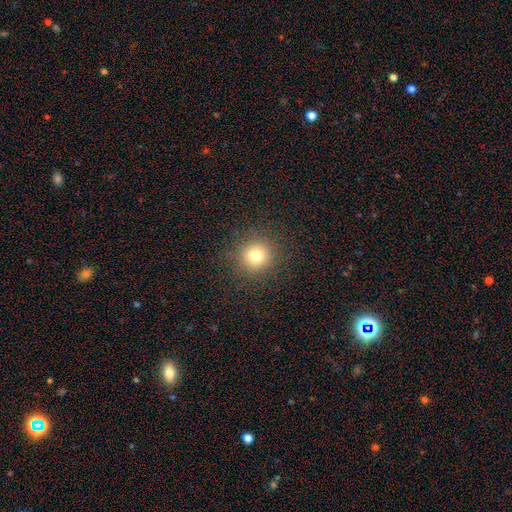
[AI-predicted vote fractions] Morphology: type=smooth (76%); roundness=round (94%); merging=none (89%).